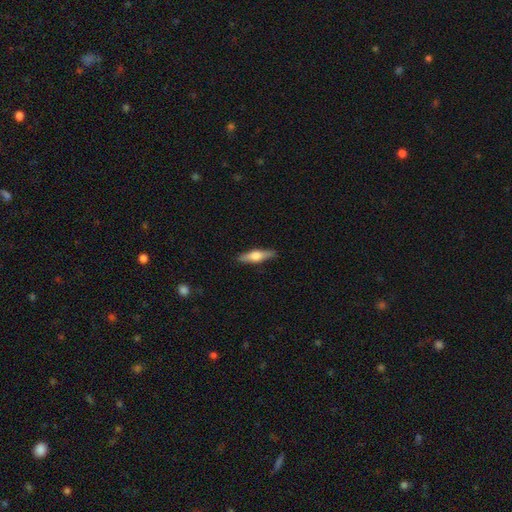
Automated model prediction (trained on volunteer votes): Overall: featured or disk (48%; smooth 46%). Merging: none (89%).